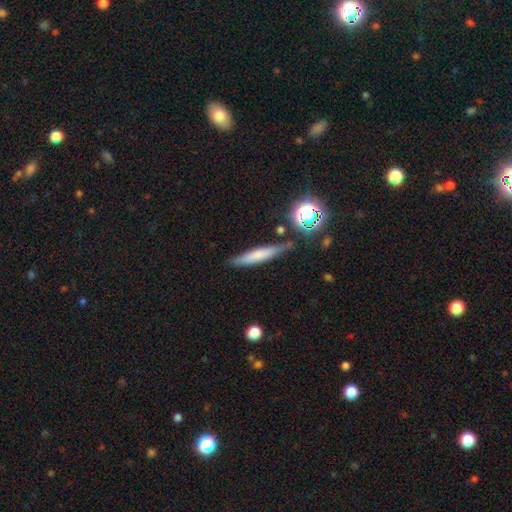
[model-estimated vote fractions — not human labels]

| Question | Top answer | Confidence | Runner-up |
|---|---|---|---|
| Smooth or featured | smooth | 60% | featured or disk (29%) |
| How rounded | cigar-shaped | 89% | in between (8%) |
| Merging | none | 82% | minor disturbance (12%) |